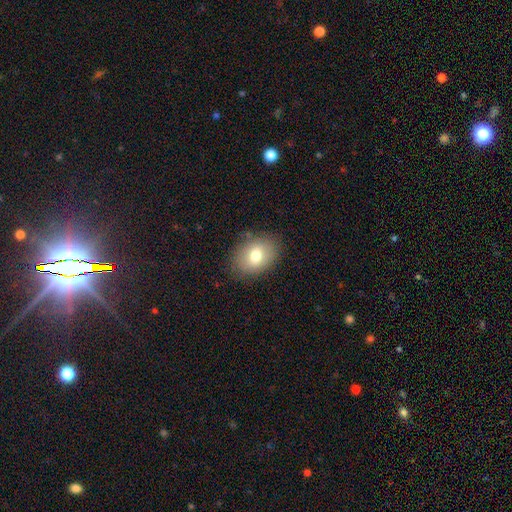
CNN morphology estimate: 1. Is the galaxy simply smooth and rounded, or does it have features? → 75% smooth, 17% featured or disk, 9% star or artifact.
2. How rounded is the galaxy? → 76% in between, 23% round, 1% cigar-shaped.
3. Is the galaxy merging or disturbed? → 83% none, 12% minor disturbance, 4% major disturbance, 1% merger.